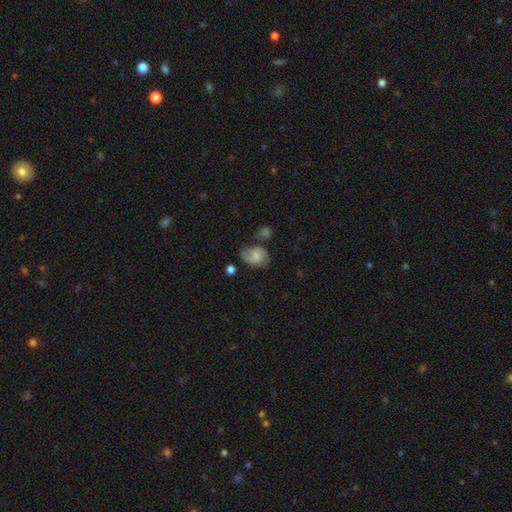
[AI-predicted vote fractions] A featured or disk galaxy (51%).

Vote fractions:
- Smooth or featured? featured or disk: 51% / smooth: 40% / star or artifact: 9%
- Edge-on disk? no: 97% / yes: 3%
- Merging? none: 58% / minor disturbance: 22% / merger: 11% / major disturbance: 9%